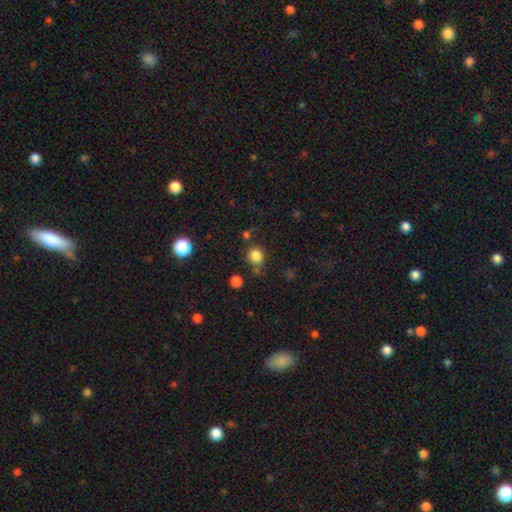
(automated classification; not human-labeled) Overall: smooth (82%). How rounded: round (85%). Merging: none (72%).